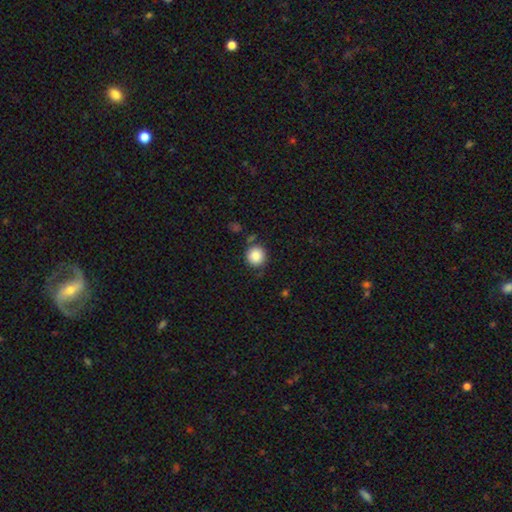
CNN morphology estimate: Q: Smooth or featured?
A: smooth (86%); runner-up: star or artifact (9%)
Q: How rounded?
A: round (92%); runner-up: in between (7%)
Q: Merging?
A: none (81%); runner-up: minor disturbance (11%)